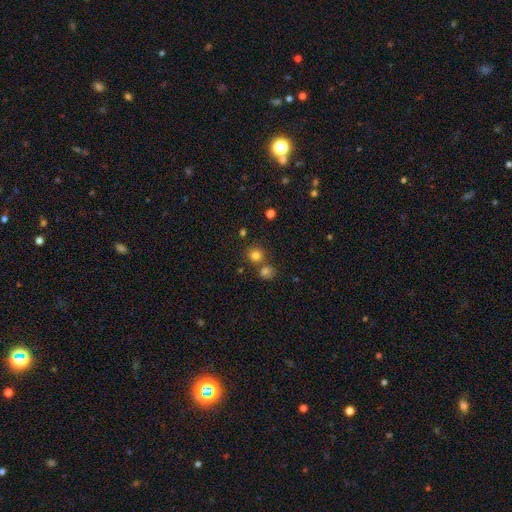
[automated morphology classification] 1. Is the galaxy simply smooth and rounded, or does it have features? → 79% smooth, 14% star or artifact, 7% featured or disk.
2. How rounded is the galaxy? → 88% round, 11% in between, 1% cigar-shaped.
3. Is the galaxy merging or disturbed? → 69% none, 20% merger, 8% minor disturbance, 3% major disturbance.